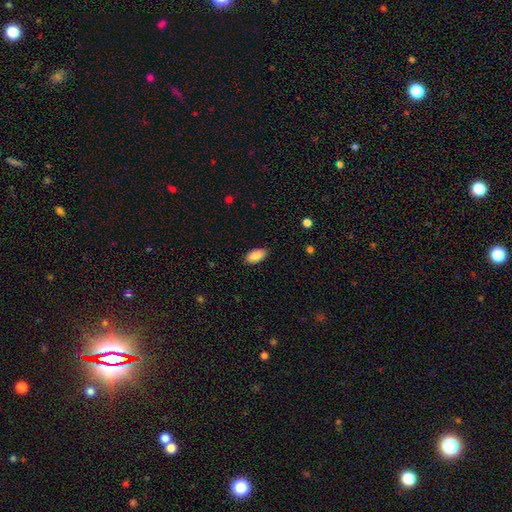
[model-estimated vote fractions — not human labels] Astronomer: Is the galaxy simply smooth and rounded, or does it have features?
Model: smooth — 88%.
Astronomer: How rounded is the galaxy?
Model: in between — 94%.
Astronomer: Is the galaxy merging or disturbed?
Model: none — 87%.